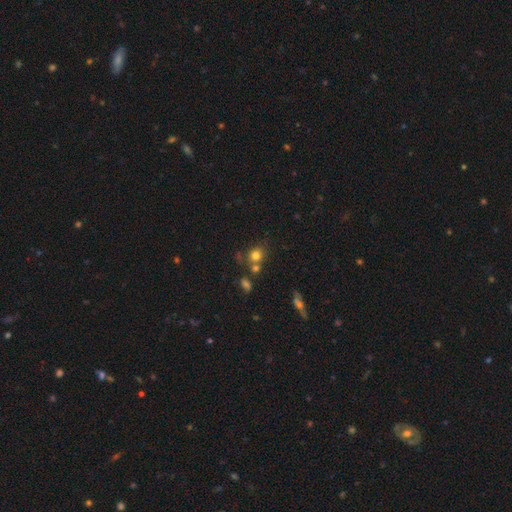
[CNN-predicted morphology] Smooth or featured?
  - smooth: 75% *
  - star or artifact: 15%
  - featured or disk: 10%
How rounded?
  - round: 76% *
  - in between: 23%
  - cigar-shaped: 1%
Merging?
  - none: 59% *
  - merger: 22%
  - minor disturbance: 13%
  - major disturbance: 6%